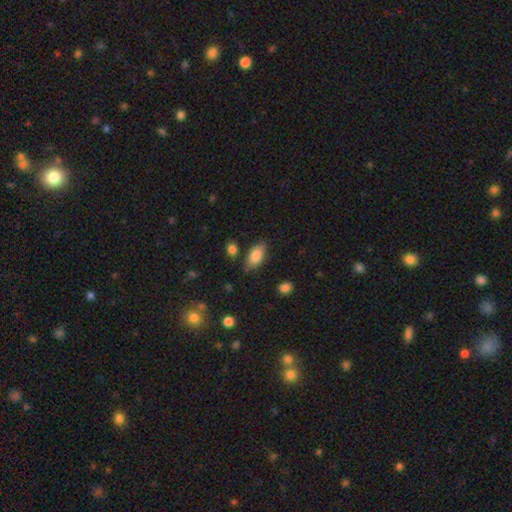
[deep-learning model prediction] This is clearly a smooth galaxy (83%). How rounded: clearly in between (90%). Merging: likely none (76%).